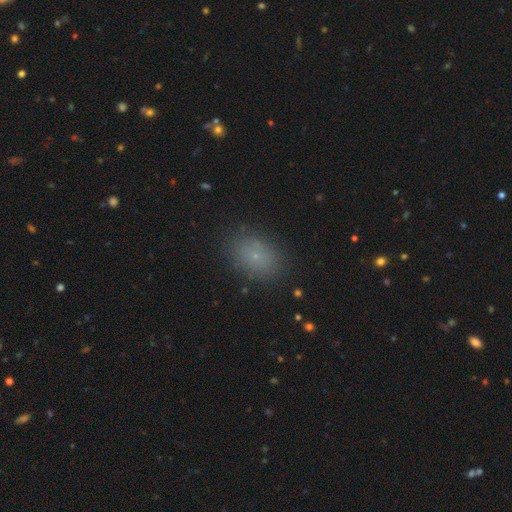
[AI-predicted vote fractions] Morphology: type=smooth (74%); roundness=in between (71%); merging=none (85%).